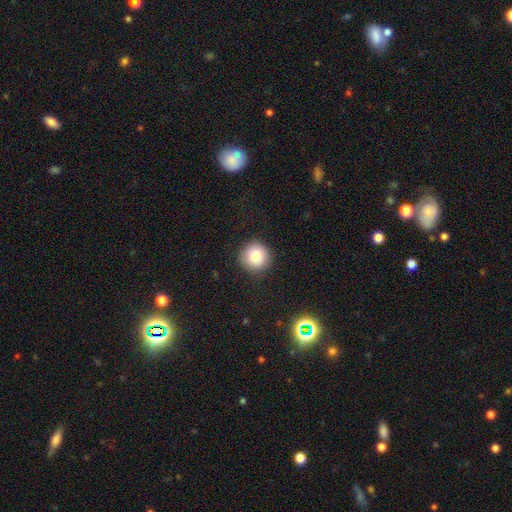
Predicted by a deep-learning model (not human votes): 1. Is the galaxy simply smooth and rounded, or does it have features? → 80% smooth, 10% star or artifact, 9% featured or disk.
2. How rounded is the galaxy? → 95% round, 4% in between, 1% cigar-shaped.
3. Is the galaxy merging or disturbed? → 91% none, 6% minor disturbance, 2% major disturbance, 1% merger.